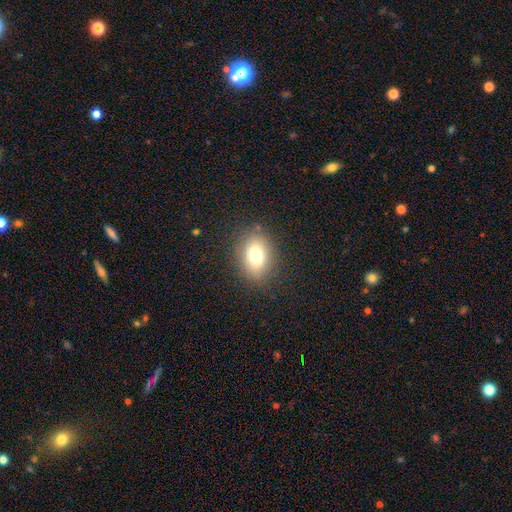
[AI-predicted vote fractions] Smooth or featured?
  - smooth: 74% *
  - featured or disk: 14%
  - star or artifact: 12%
How rounded?
  - in between: 69% *
  - round: 30%
  - cigar-shaped: 2%
Merging?
  - none: 83% *
  - minor disturbance: 11%
  - major disturbance: 4%
  - merger: 1%